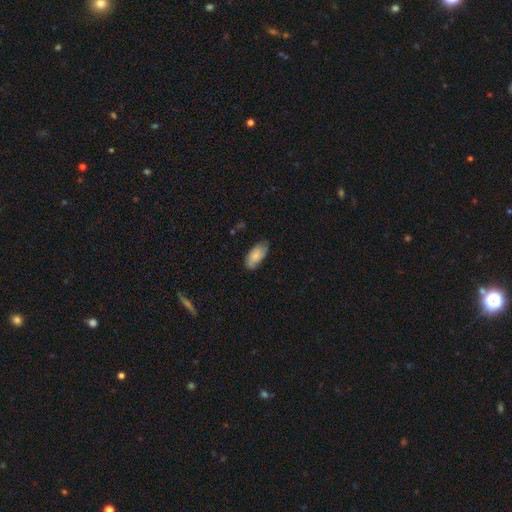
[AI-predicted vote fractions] This appears to be a smooth galaxy with no disk features (73%) that is in between round and cigar-shaped (92%). Merging: none (71%).